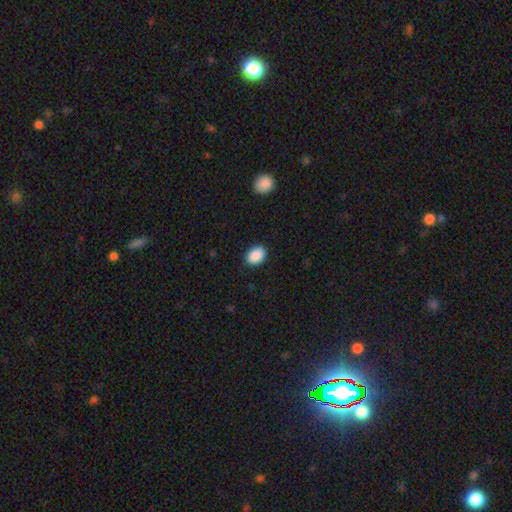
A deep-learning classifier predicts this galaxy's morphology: Smooth or featured: smooth — 90% (star or artifact — 7%)
How rounded: in between — 72% (round — 27%)
Merging: none — 88% (minor disturbance — 8%)